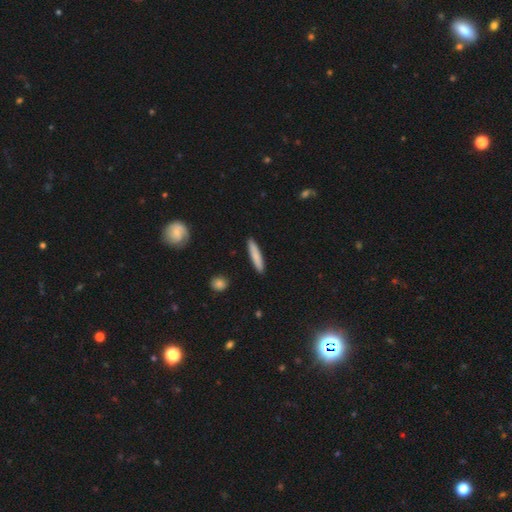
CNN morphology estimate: Overall: smooth (81%). How rounded: cigar-shaped (91%). Merging: none (91%).